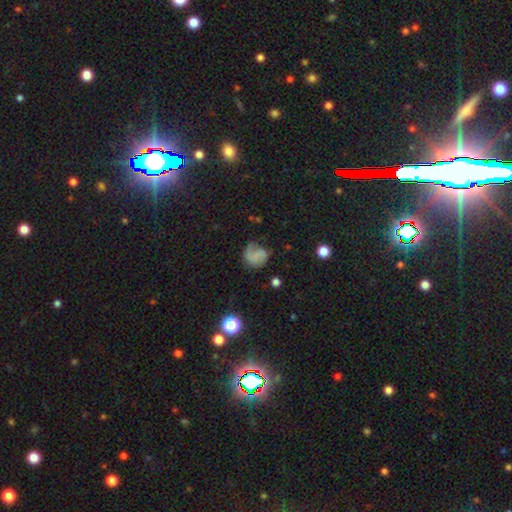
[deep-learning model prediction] A smooth galaxy with no disk features (52%) that is round (71%).

Vote fractions:
- Smooth or featured? smooth: 52% / featured or disk: 35% / star or artifact: 13%
- How rounded? round: 71% / in between: 28% / cigar-shaped: 1%
- Merging? none: 50% / minor disturbance: 26% / major disturbance: 22% / merger: 3%